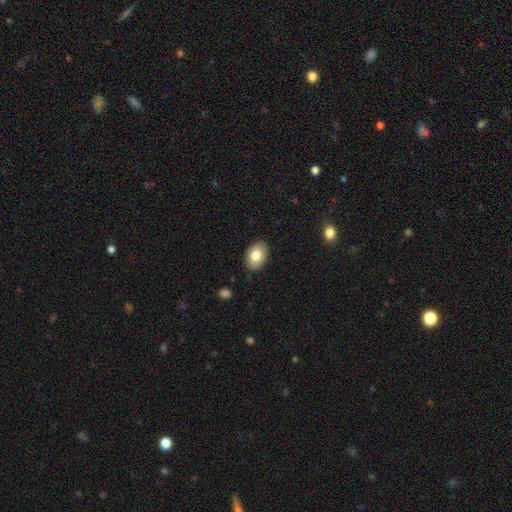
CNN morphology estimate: Smooth or featured? Predicted: smooth (p=0.80). How rounded? Predicted: in between (p=0.85). Merging? Predicted: none (p=0.88).